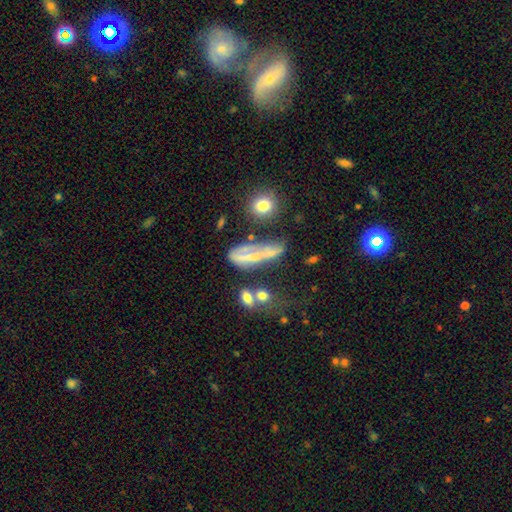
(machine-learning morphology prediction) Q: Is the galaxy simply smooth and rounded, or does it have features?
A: featured or disk — 48%.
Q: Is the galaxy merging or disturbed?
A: none — 36%.